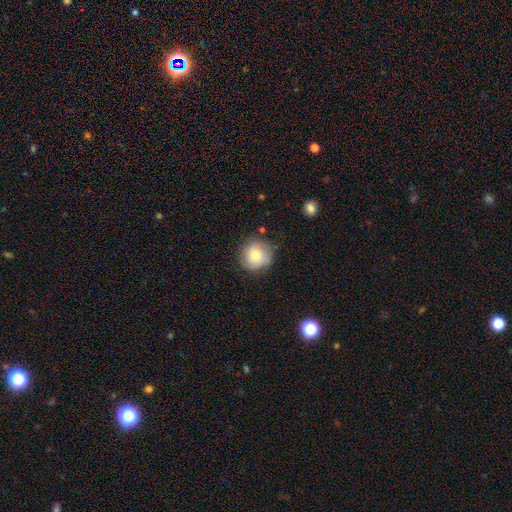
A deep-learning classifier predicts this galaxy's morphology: smooth_or_featured: smooth (p=0.75) [alt: featured or disk p=0.16]
how_rounded: round (p=0.92) [alt: in between p=0.07]
merging: none (p=0.78) [alt: minor disturbance p=0.16]